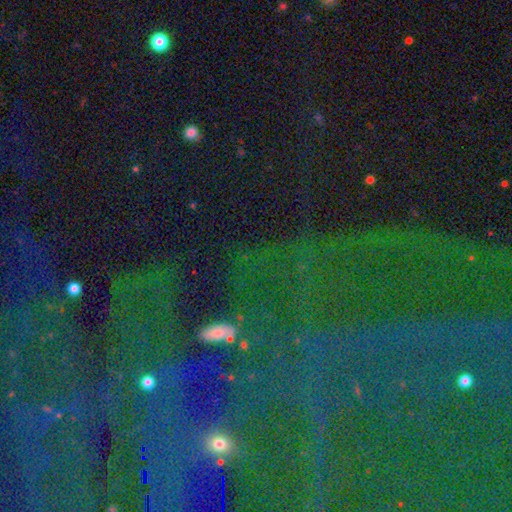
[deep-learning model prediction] Smooth or featured? Predicted: star or artifact (p=0.81).